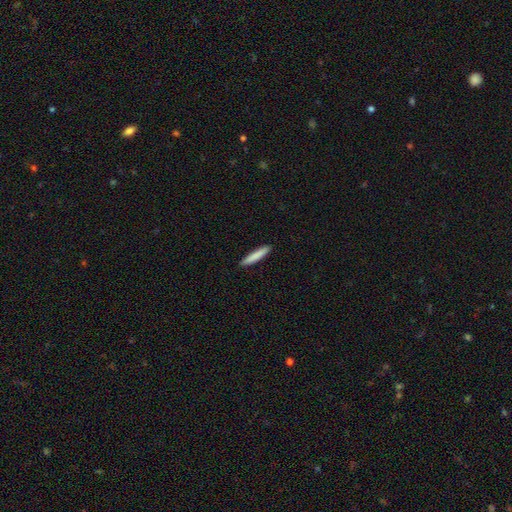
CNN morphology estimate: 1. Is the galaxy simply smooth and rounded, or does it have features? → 84% smooth, 11% featured or disk, 6% star or artifact.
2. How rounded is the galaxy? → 92% cigar-shaped, 7% in between, 1% round.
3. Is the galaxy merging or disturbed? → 91% none, 6% minor disturbance, 1% major disturbance, 1% merger.